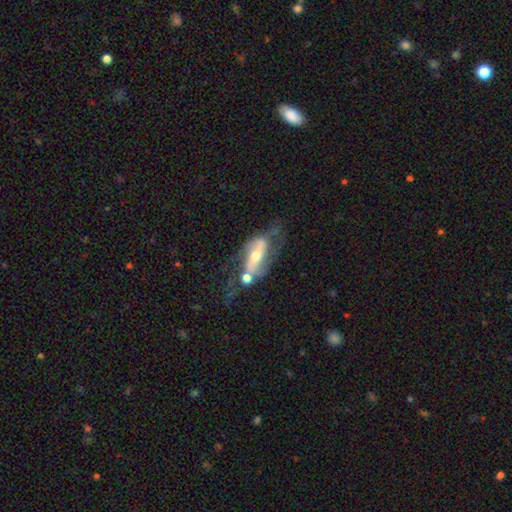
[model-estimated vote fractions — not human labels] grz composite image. It shows a featured or disk galaxy (76%) with a strong bar (43%), 2 (82%) loose (46%) spiral arms (84%) and a moderate central bulge (59%). Merging: none (39%).